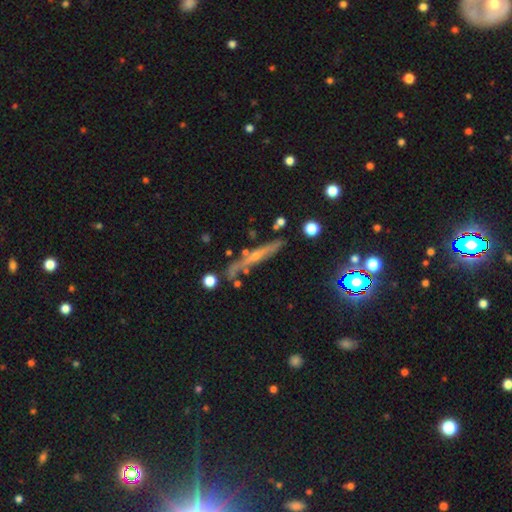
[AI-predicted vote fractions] smooth_or_featured: featured or disk (p=0.41) [alt: star or artifact p=0.37]
merging: none (p=0.64) [alt: minor disturbance p=0.16]